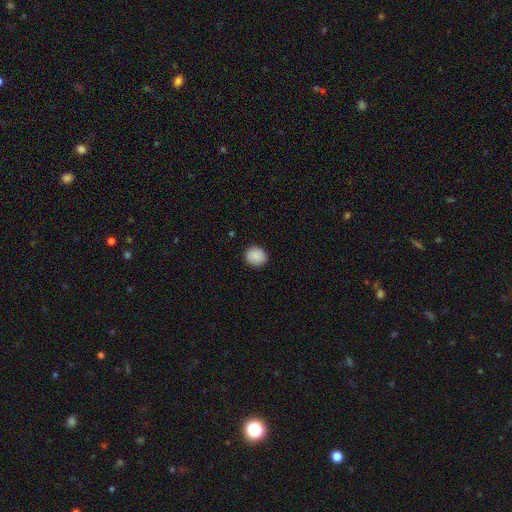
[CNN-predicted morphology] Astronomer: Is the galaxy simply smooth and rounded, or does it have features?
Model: smooth — 87%.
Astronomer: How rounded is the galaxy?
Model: round — 86%.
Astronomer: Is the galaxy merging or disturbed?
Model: none — 90%.